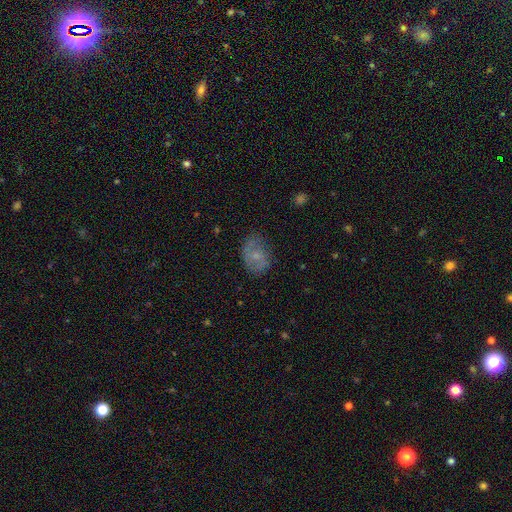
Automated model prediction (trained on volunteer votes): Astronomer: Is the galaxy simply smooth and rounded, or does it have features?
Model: smooth — 51% (runner-up: featured or disk, 38%).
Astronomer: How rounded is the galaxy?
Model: in between — 72%.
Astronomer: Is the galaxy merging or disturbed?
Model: none — 60%.